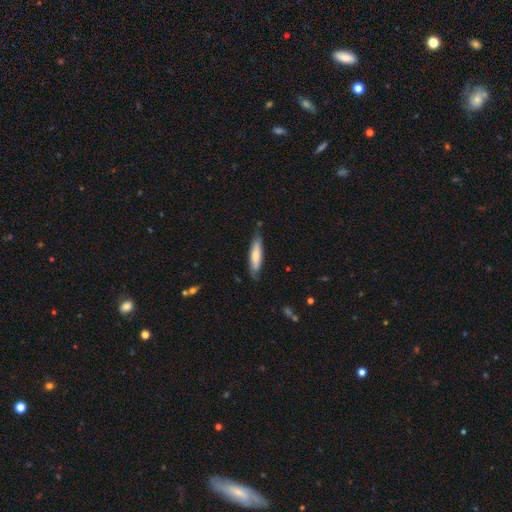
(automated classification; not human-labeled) A smooth galaxy with no disk features (68%) that is cigar-shaped (76%).

Vote fractions:
- Smooth or featured? smooth: 68% / featured or disk: 27% / star or artifact: 5%
- How rounded? cigar-shaped: 76% / in between: 22% / round: 1%
- Merging? none: 76% / minor disturbance: 20% / major disturbance: 3% / merger: 1%